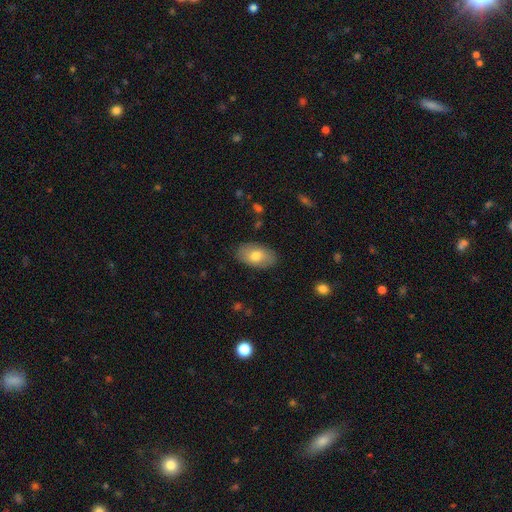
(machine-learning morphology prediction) A smooth galaxy with no disk features (75%) that is in between round and cigar-shaped (93%). Merging: none (86%).